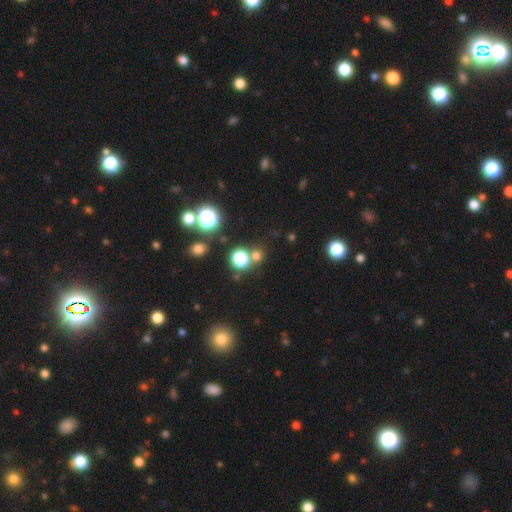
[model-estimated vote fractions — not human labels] Morphology: type=smooth (61%); roundness=round (87%); merging=none (72%).